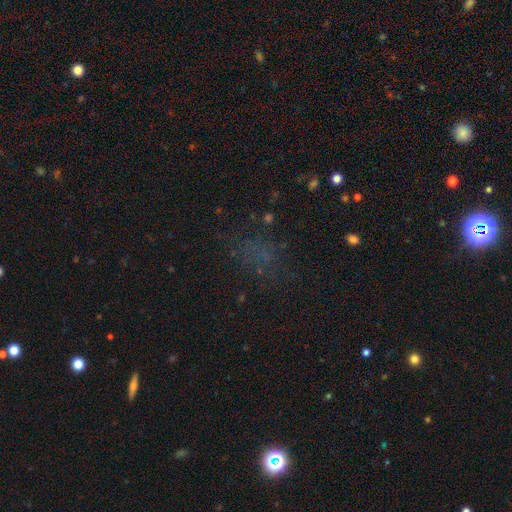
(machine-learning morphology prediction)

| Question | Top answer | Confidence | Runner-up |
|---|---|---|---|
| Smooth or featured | star or artifact | 45% | smooth (40%) |